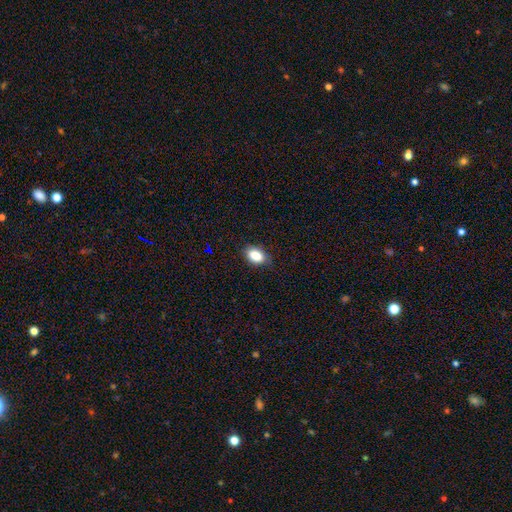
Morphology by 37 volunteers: Smooth or featured: smooth — 84% (featured or disk — 8%)
How rounded: in between — 97% (round — 3%)
Merging: none — 79% (minor disturbance — 21%)